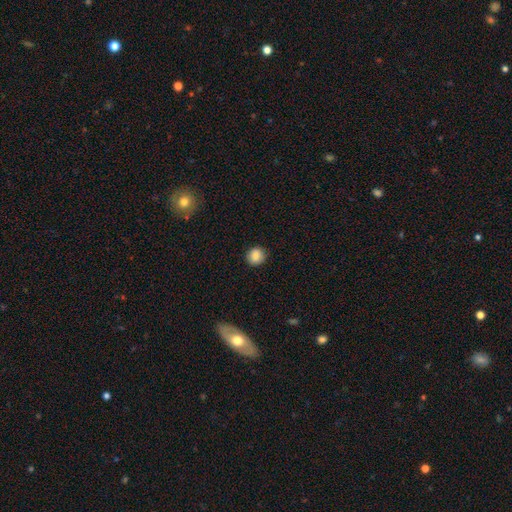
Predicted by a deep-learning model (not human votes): This appears to be a smooth galaxy with no disk features (85%) that is round (84%). Merging: none (88%).